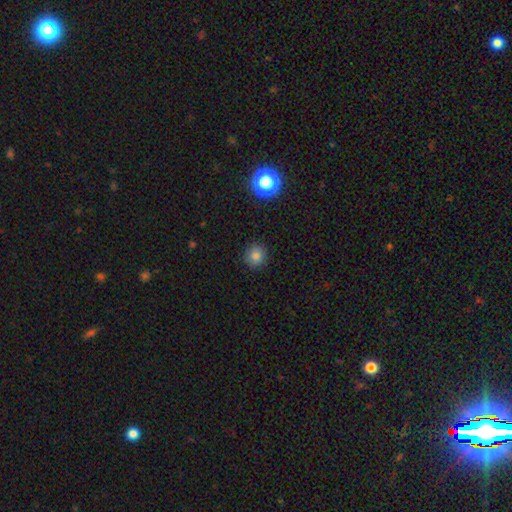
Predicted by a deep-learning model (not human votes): Smooth or featured? Predicted: smooth (p=0.82). How rounded? Predicted: round (p=0.89). Merging? Predicted: none (p=0.89).